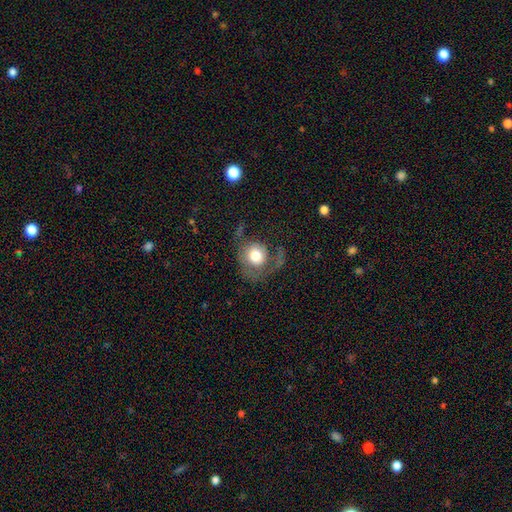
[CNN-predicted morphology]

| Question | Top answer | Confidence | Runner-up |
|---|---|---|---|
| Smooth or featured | smooth | 61% | featured or disk (31%) |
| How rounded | round | 83% | in between (16%) |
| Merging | none | 38% | tied: major disturbance (38%) |